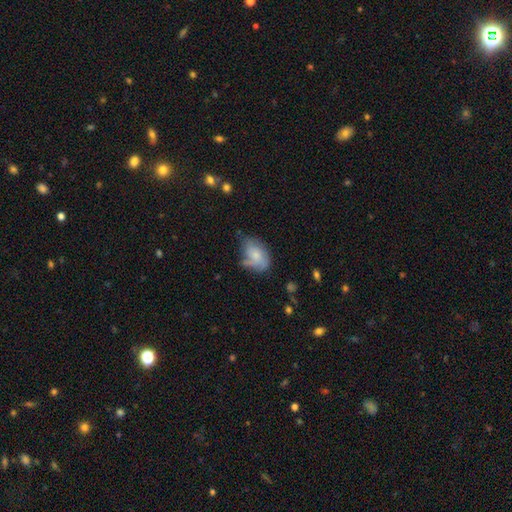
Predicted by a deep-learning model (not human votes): Q: Smooth or featured?
A: smooth (65%); runner-up: featured or disk (27%)
Q: How rounded?
A: in between (83%); runner-up: round (15%)
Q: Merging?
A: none (43%); runner-up: minor disturbance (36%)